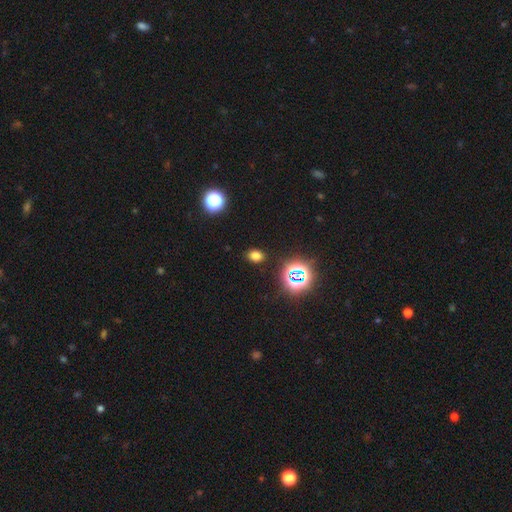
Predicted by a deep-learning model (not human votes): Smooth or featured? Predicted: smooth (p=0.70). How rounded? Predicted: in between (p=0.62). Merging? Predicted: none (p=0.87).